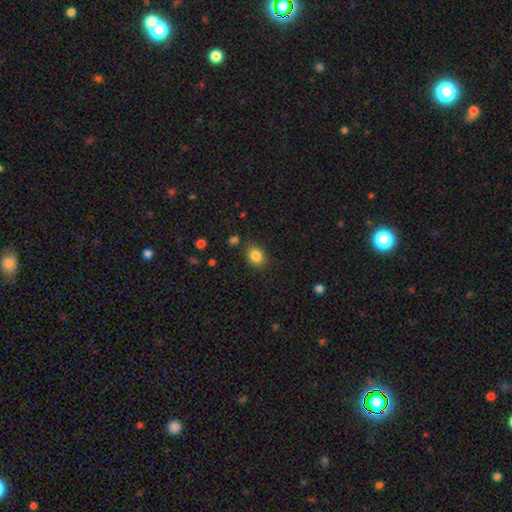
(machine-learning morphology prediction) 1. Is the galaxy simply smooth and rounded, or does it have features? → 84% smooth, 10% star or artifact, 6% featured or disk.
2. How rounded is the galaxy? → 60% round, 39% in between, 1% cigar-shaped.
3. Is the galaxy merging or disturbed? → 82% none, 12% minor disturbance, 3% major disturbance, 3% merger.